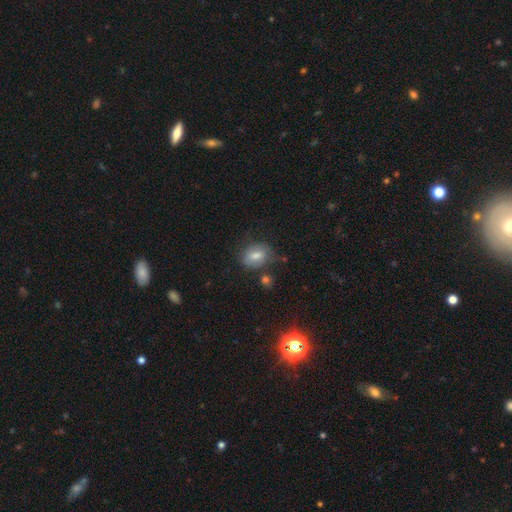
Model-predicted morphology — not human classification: smooth 66%, featured or disk 19%, star or artifact 15%. Down the decision tree: how rounded — in between (62%); merging — none (68%).